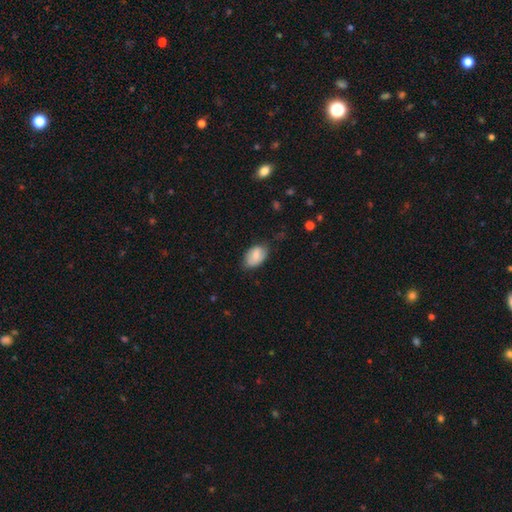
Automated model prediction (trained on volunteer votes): Smooth or featured? smooth (79%)
How rounded? in between (91%)
Merging? none (66%)